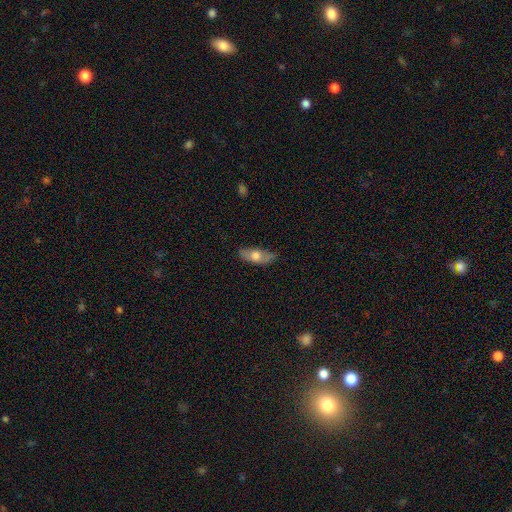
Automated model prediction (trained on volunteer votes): Smooth or featured? Predicted: smooth (p=0.65). How rounded? Predicted: in between (p=0.77). Merging? Predicted: none (p=0.75).